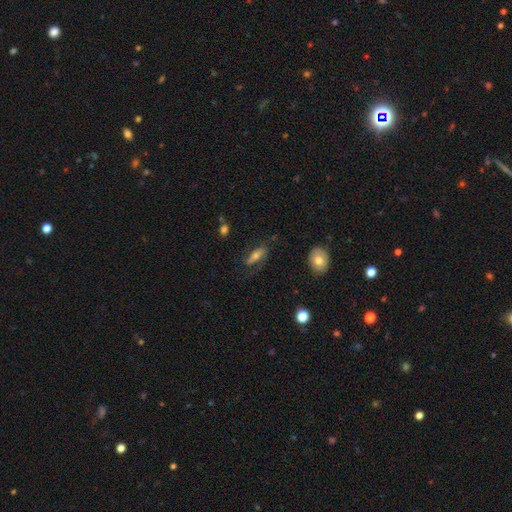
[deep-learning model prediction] Smooth or featured?
  - smooth: 47% *
  - featured or disk: 44%
  - star or artifact: 9%
Merging?
  - none: 62% *
  - minor disturbance: 21%
  - major disturbance: 15%
  - merger: 2%